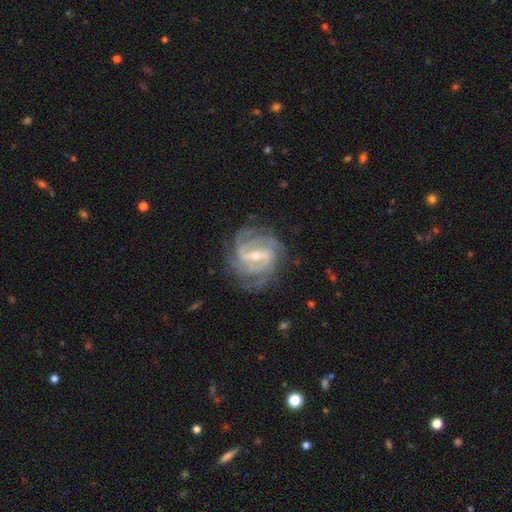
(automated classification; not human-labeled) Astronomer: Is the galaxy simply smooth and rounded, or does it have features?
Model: featured or disk — 92%.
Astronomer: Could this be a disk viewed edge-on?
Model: no — 97%.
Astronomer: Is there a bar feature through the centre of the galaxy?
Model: strong — 45% (runner-up: weak, 42%).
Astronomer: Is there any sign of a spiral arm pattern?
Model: yes — 98%.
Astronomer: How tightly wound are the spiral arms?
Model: tight — 56% (runner-up: medium, 37%).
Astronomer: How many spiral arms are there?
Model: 3 — 32% (runner-up: 4, 24%).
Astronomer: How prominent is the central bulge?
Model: small — 56% (runner-up: moderate, 41%).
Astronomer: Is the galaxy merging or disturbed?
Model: none — 76%.